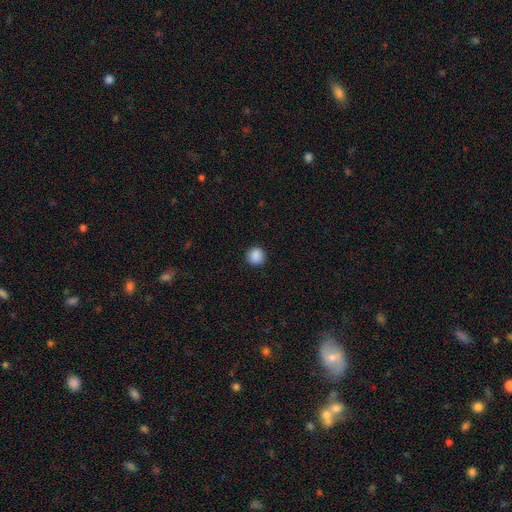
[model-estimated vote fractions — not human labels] smooth-or-featured: smooth: 89% | star or artifact: 9% | featured or disk: 2%
  how-rounded: round: 94% | in between: 5% | cigar-shaped: 1%
  merging: none: 92% | minor disturbance: 5% | major disturbance: 2% | merger: 1%